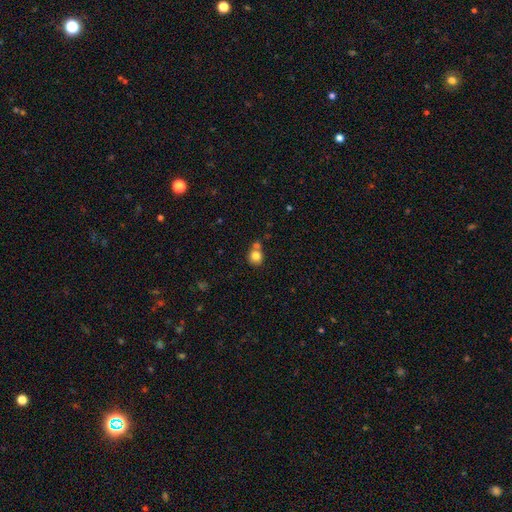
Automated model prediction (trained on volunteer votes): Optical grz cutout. It shows a smooth galaxy with no disk features (81%) that is round (84%). Merging: none (56%).